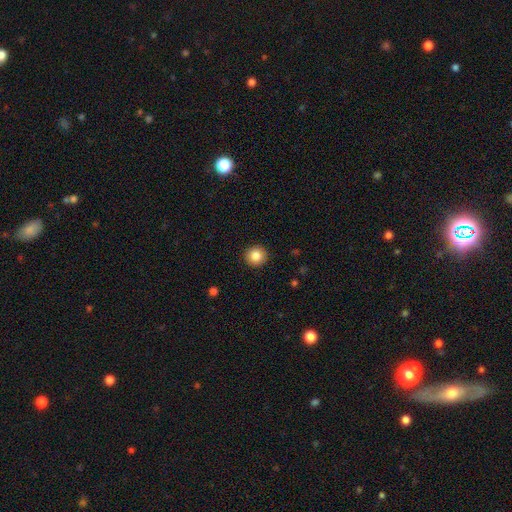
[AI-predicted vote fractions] This is clearly a smooth galaxy (86%). How rounded: clearly round (94%). Merging: clearly none (92%).